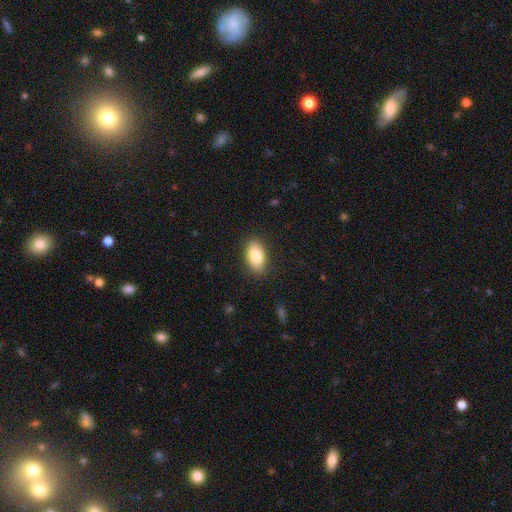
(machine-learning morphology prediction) Q: Smooth or featured?
A: smooth (86%); runner-up: featured or disk (8%)
Q: How rounded?
A: in between (93%); runner-up: round (4%)
Q: Merging?
A: none (86%); runner-up: minor disturbance (11%)